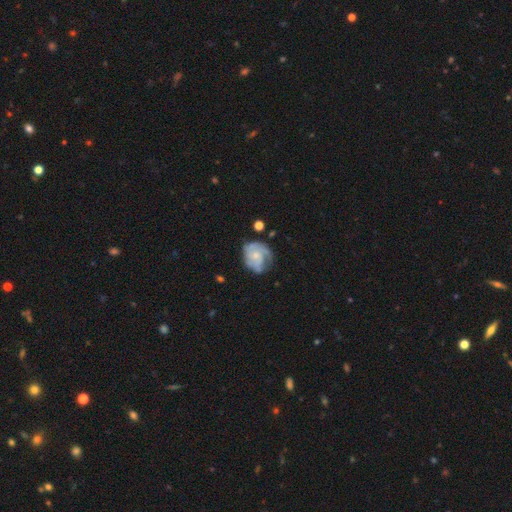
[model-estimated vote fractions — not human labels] smooth-or-featured: featured or disk: 73% | smooth: 21% | star or artifact: 6%
  disk-edge-on: no: 98% | yes: 2%
    bar: no: 77% | weak: 21% | strong: 3%
    has-spiral-arms: yes: 90% | no: 10%
      spiral-winding: tight: 49% | medium: 37% | loose: 14%
      spiral-arm-count: 3: 31% | can't tell: 27% | 2: 24% | 4: 7% | 1: 6% | more than 4: 4%
    bulge-size: small: 65% | moderate: 25% | none: 7% | large: 2% | dominant: 1%
  merging: none: 57% | minor disturbance: 26% | major disturbance: 14% | merger: 3%